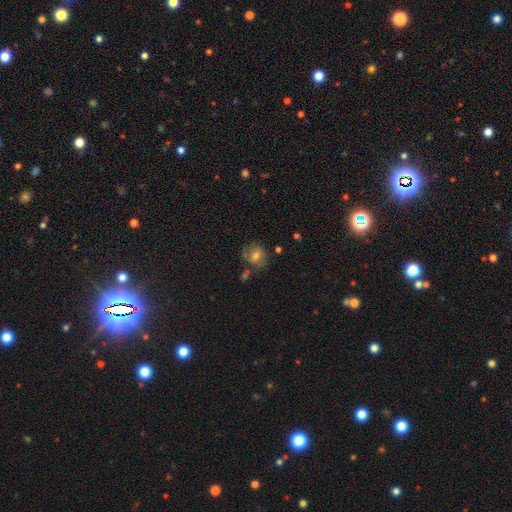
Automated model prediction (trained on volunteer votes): A smooth galaxy with no disk features (61%) that is round (74%).

Vote fractions:
- Smooth or featured? smooth: 61% / featured or disk: 26% / star or artifact: 13%
- How rounded? round: 74% / in between: 25% / cigar-shaped: 1%
- Merging? none: 67% / minor disturbance: 17% / merger: 10% / major disturbance: 6%